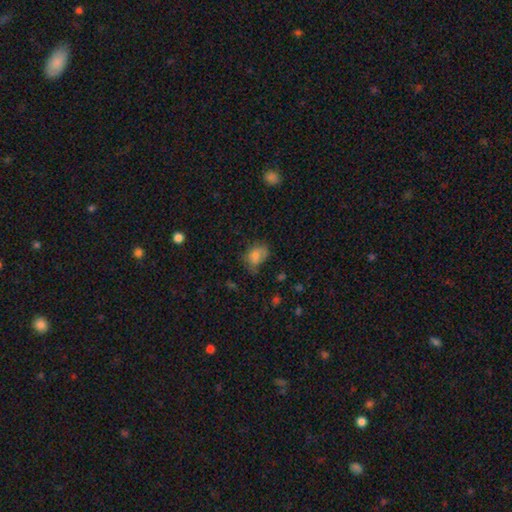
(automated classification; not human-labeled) smooth 78%, star or artifact 11%, featured or disk 10%. Down the decision tree: how rounded — in between (68%); merging — none (46%).